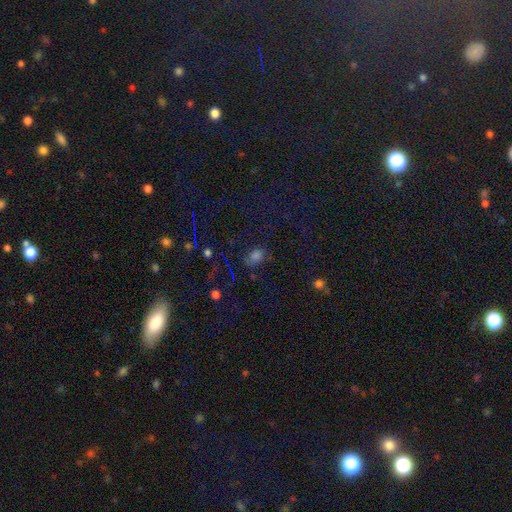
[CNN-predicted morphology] Smooth or featured?
  - smooth: 60% *
  - star or artifact: 31%
  - featured or disk: 9%
How rounded?
  - in between: 70% *
  - round: 28%
  - cigar-shaped: 2%
Merging?
  - none: 66% *
  - minor disturbance: 20%
  - major disturbance: 10%
  - merger: 4%